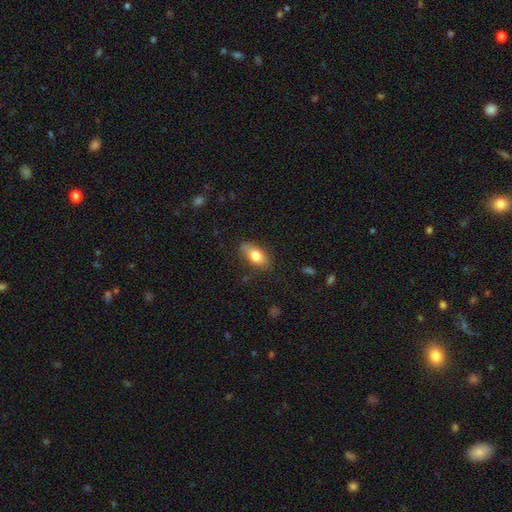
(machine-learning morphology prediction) Overall: smooth (75%). How rounded: in between (86%). Merging: none (77%).